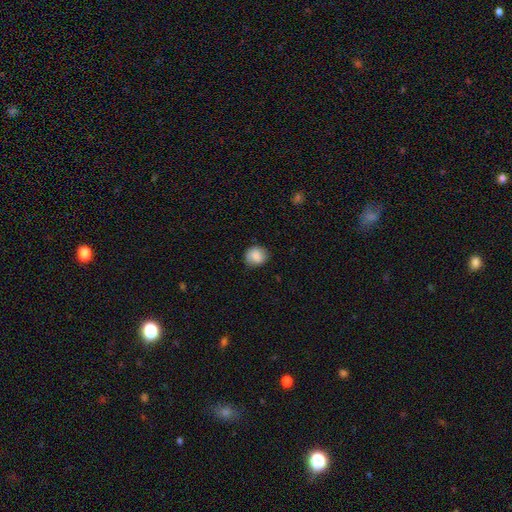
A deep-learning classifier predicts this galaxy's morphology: Smooth or featured: smooth — 85% (star or artifact — 8%)
How rounded: round — 76% (in between — 23%)
Merging: none — 81% (minor disturbance — 15%)